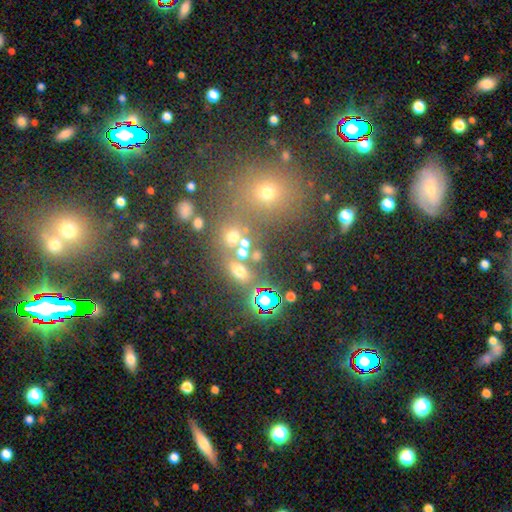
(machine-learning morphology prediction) type=smooth (55%); roundness=round (51%); merging=none (57%).